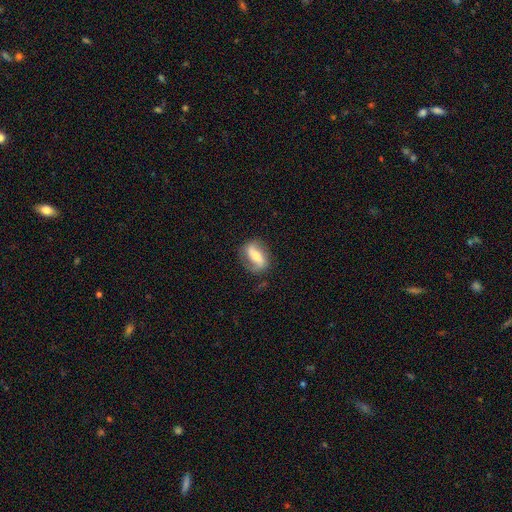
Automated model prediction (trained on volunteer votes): featured or disk 66%, smooth 27%, star or artifact 7%. Down the decision tree: edge-on disk — no (89%); bar — strong (52%); spiral arms — yes (81%); bulge size — moderate (55%); merging — none (74%).